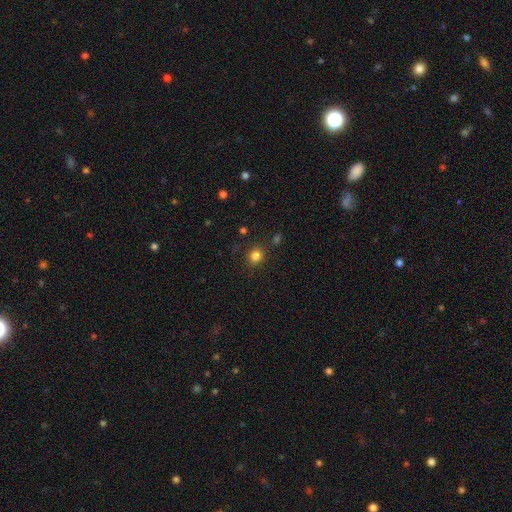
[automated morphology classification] smooth 82%, star or artifact 13%, featured or disk 5%. Down the decision tree: how rounded — round (86%); merging — none (85%).